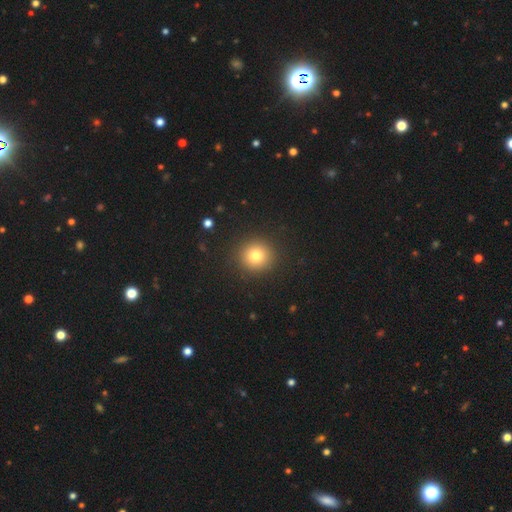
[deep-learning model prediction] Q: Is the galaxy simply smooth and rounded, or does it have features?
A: smooth — 80%.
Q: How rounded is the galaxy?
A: round — 92%.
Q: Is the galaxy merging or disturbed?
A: none — 91%.